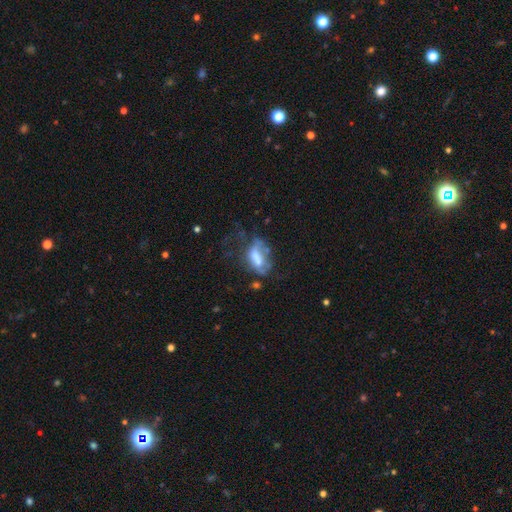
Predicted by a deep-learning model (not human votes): Q: Smooth or featured?
A: smooth (46%); runner-up: featured or disk (42%)
Q: Merging?
A: major disturbance (36%); runner-up: none (30%)